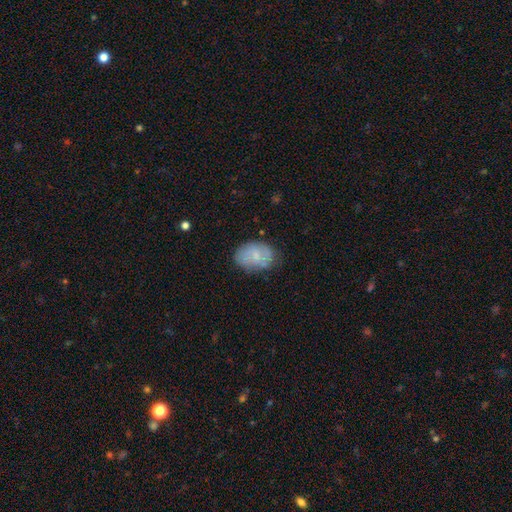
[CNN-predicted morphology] type=smooth (63%); roundness=in between (79%); merging=none (71%).